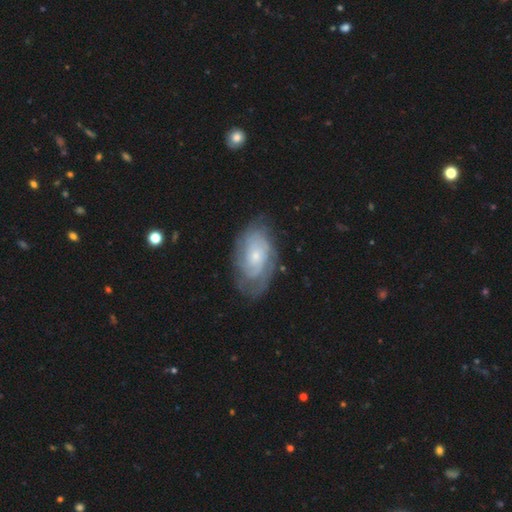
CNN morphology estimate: Smooth or featured: featured or disk — 72% (smooth — 21%)
Edge-on disk: no — 95% (yes — 5%)
Bar: no — 78% (weak — 19%)
Spiral arms: yes — 88% (no — 12%)
Spiral winding: tight — 67% (medium — 25%)
Spiral arm count: can't tell — 51% (2 — 23%)
Bulge size: small — 69% (moderate — 25%)
Merging: none — 71% (minor disturbance — 20%)